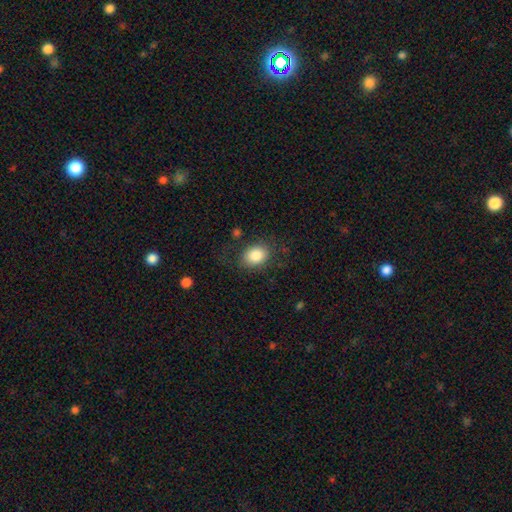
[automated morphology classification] Smooth or featured?
  - smooth: 85% *
  - star or artifact: 8%
  - featured or disk: 7%
How rounded?
  - in between: 62% *
  - round: 37%
  - cigar-shaped: 1%
Merging?
  - none: 77% *
  - minor disturbance: 14%
  - major disturbance: 7%
  - merger: 2%